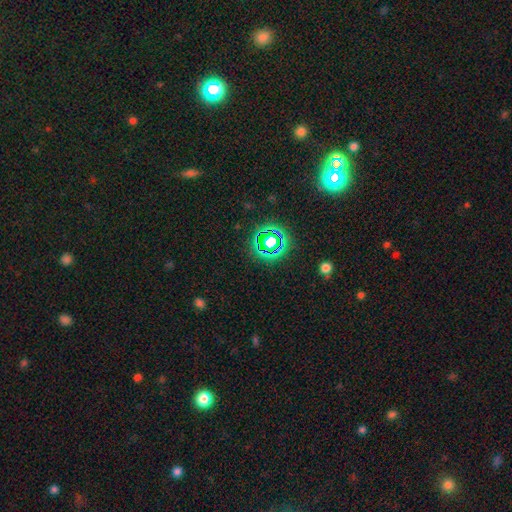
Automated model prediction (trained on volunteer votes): Q: Smooth or featured?
A: star or artifact (72%); runner-up: smooth (21%)